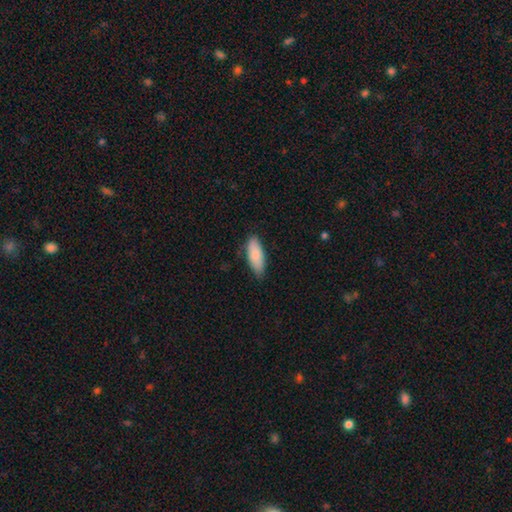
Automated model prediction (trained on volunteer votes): smooth 84%, featured or disk 10%, star or artifact 6%. Down the decision tree: how rounded — in between (77%); merging — none (79%).